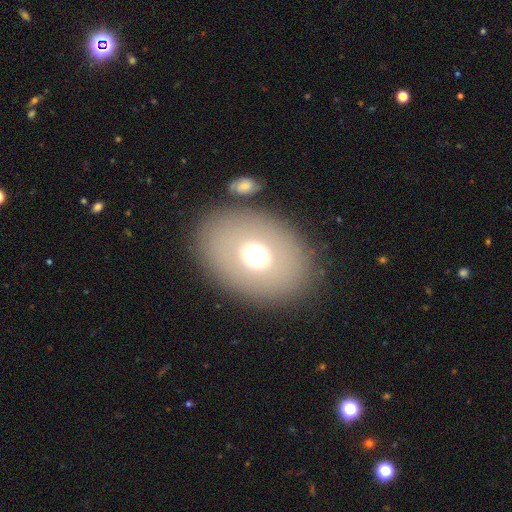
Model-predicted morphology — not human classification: This appears to be a smooth galaxy with no disk features (64%) that is in between round and cigar-shaped (70%). Merging: none (80%).